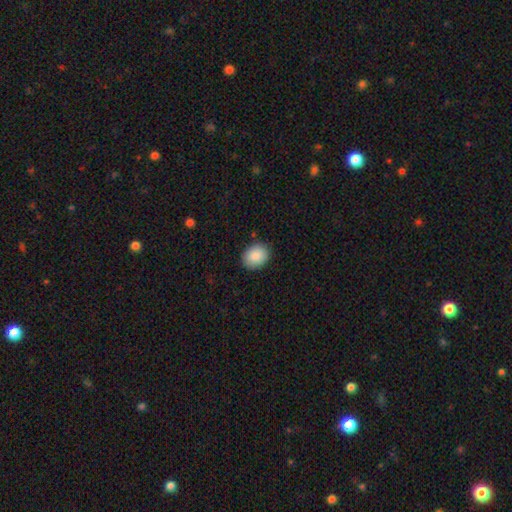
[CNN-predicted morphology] The model was most divided on "how rounded": in between: 59%, round: 40%, cigar-shaped: 1%. More confident: smooth or featured — smooth (89%); merging — none (86%).